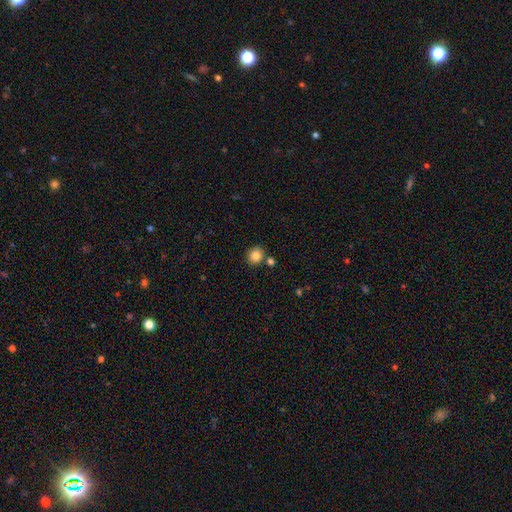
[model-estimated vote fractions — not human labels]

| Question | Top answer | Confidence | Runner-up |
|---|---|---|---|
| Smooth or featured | smooth | 84% | star or artifact (10%) |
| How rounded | round | 83% | in between (16%) |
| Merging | none | 79% | merger (10%) |